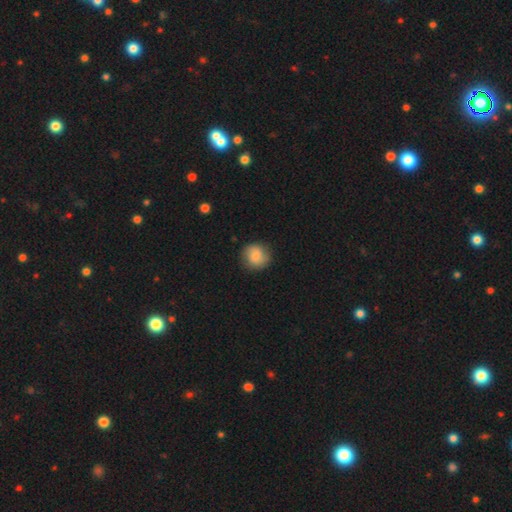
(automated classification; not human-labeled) Overall: smooth (79%). How rounded: round (89%). Merging: none (85%).